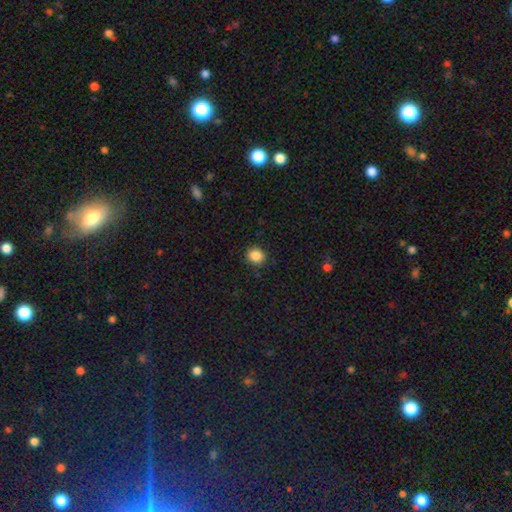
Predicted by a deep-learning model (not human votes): A smooth galaxy with no disk features (87%) that is round (76%). Merging: none (90%).